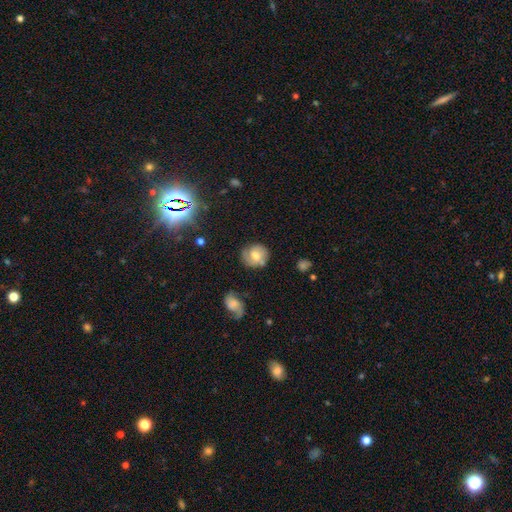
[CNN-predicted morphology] Smooth or featured? Predicted: smooth (p=0.57). How rounded? Predicted: round (p=0.80). Merging? Predicted: none (p=0.70).